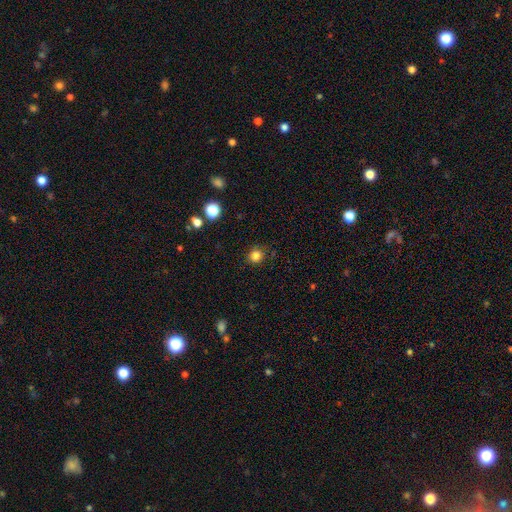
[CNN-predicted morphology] Smooth or featured? Predicted: smooth (p=0.83). How rounded? Predicted: round (p=0.87). Merging? Predicted: none (p=0.87).